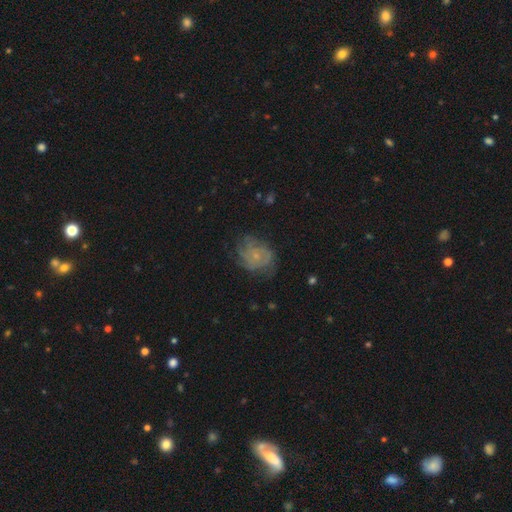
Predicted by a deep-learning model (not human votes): A featured or disk galaxy (65%) with no bar (81%), tight (52%) spiral arms (86%) and a small central bulge (74%).

Vote fractions:
- Smooth or featured? featured or disk: 65% / smooth: 24% / star or artifact: 11%
- Edge-on disk? no: 98% / yes: 2%
- Bar? no: 81% / weak: 17% / strong: 2%
- Spiral arms? yes: 86% / no: 14%
- Spiral winding? tight: 52% / medium: 35% / loose: 13%
- Spiral arm count? can't tell: 43% / 3: 16% / 2: 14% / 4: 14% / more than 4: 7% / 1: 6%
- Bulge size? small: 74% / moderate: 14% / none: 9% / large: 1% / dominant: 1%
- Merging? none: 64% / minor disturbance: 22% / major disturbance: 12% / merger: 1%